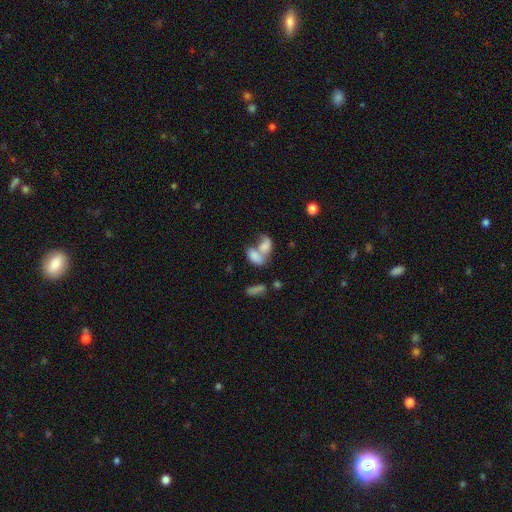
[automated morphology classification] This is likely a smooth galaxy (72%). How rounded: clearly in between (86%). Merging: likely merger (72%).